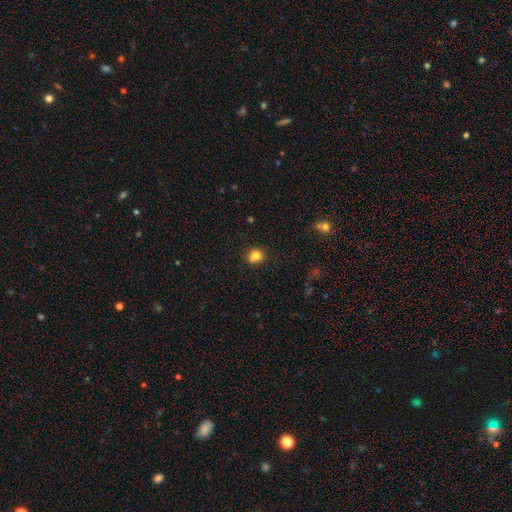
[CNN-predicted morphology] Overall: smooth (80%). How rounded: round (71%). Merging: none (62%).